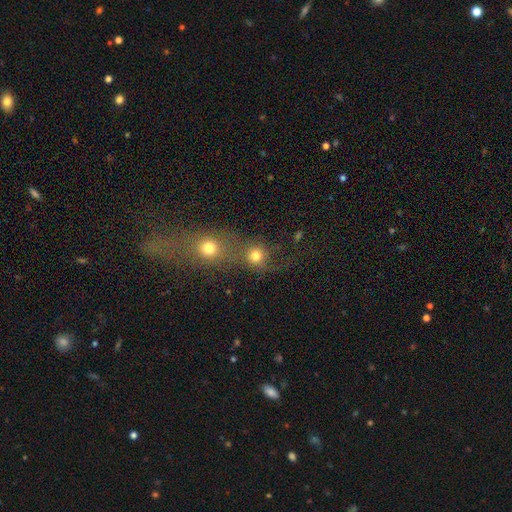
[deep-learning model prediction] Morphology: type=smooth (75%); roundness=round (84%); merging=merger (53%).